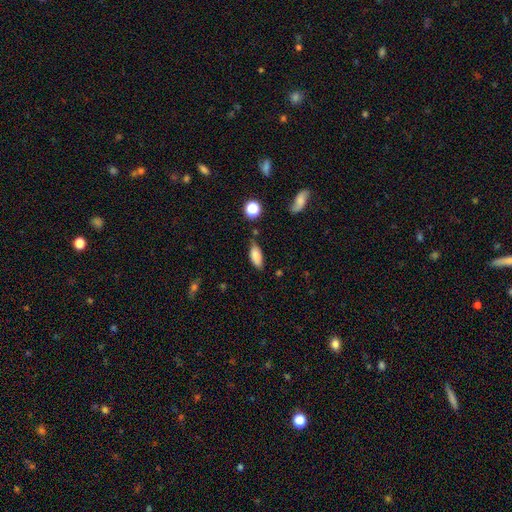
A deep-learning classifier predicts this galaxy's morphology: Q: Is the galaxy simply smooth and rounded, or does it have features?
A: smooth — 83%.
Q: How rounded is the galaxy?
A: in between — 81%.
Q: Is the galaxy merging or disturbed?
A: none — 64%.